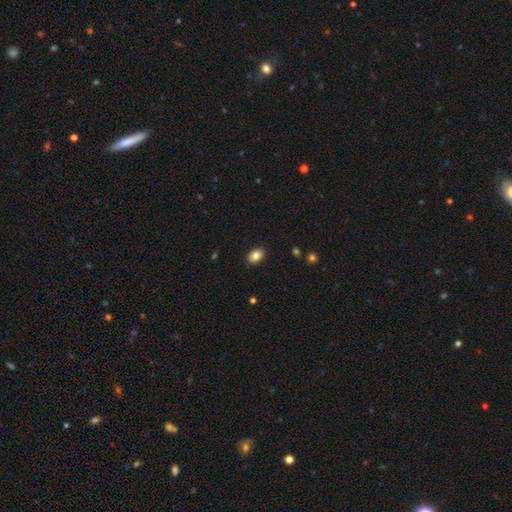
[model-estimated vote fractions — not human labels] Overall: smooth (86%). How rounded: in between (83%). Merging: none (89%).